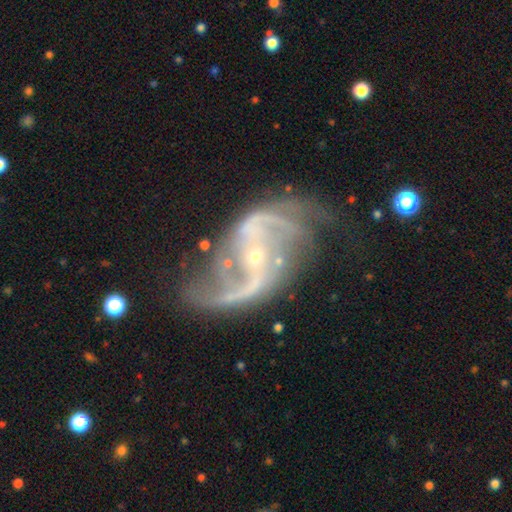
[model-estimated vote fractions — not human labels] Smooth or featured: featured or disk — 91% (star or artifact — 6%)
Edge-on disk: no — 97% (yes — 3%)
Bar: no — 45% (weak — 31%)
Spiral arms: yes — 97% (no — 3%)
Spiral winding: loose — 66% (medium — 27%)
Spiral arm count: 2 — 89% (can't tell — 3%)
Bulge size: small — 83% (moderate — 13%)
Merging: none — 56% (minor disturbance — 21%)